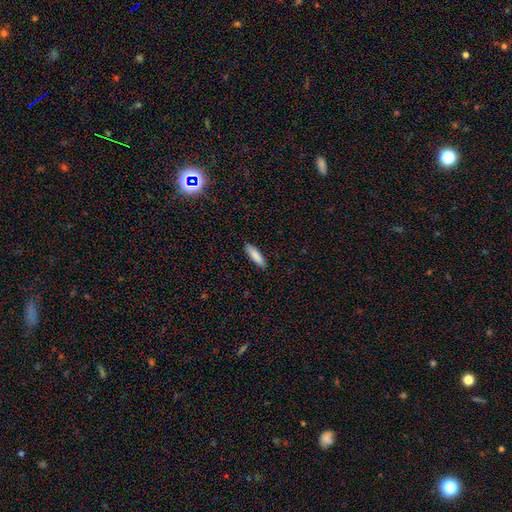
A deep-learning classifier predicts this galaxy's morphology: The model was most divided on "how rounded": cigar-shaped: 62%, in between: 36%, round: 1%. More confident: merging — none (89%); smooth or featured — smooth (87%).